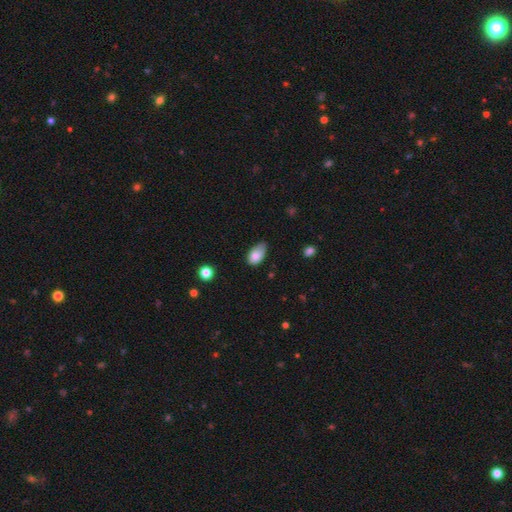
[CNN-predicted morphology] Smooth or featured? Predicted: smooth (p=0.82). How rounded? Predicted: in between (p=0.92). Merging? Predicted: minor disturbance (p=0.44, tied with none).